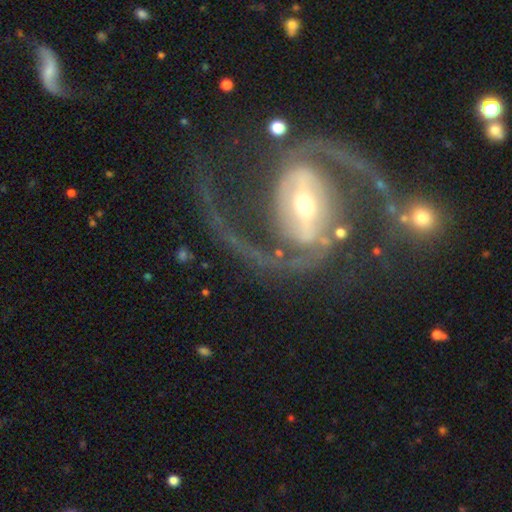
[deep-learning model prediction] This is clearly a featured or disk galaxy (92%). It is clearly not viewed edge-on (97%). Bar: possibly strong (58%). Spiral arm pattern: clearly yes (98%). Spiral arm count: clearly 2 (93%). Spiral winding: possibly medium (53%). Central bulge: possibly moderate (47%). Merging: likely none (65%).